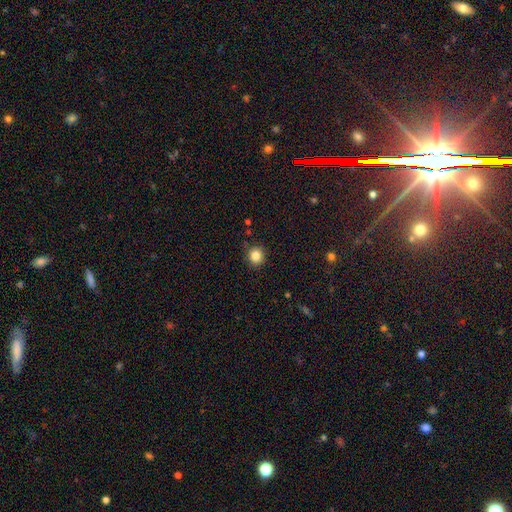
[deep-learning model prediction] A smooth galaxy with no disk features (84%) that is round (87%). Merging: none (90%).